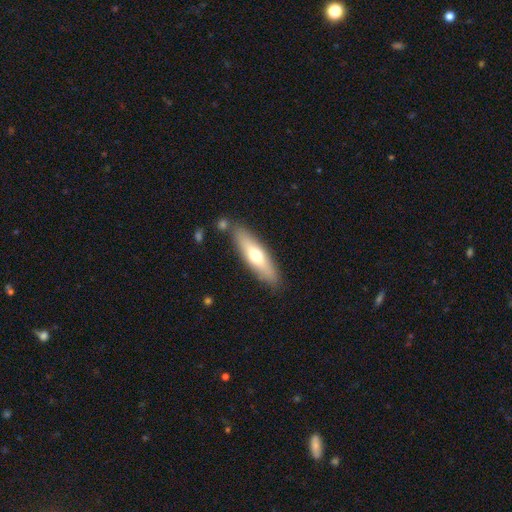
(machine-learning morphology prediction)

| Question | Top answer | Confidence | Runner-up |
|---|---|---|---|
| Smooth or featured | smooth | 57% | featured or disk (38%) |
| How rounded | cigar-shaped | 63% | in between (35%) |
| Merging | none | 82% | minor disturbance (11%) |